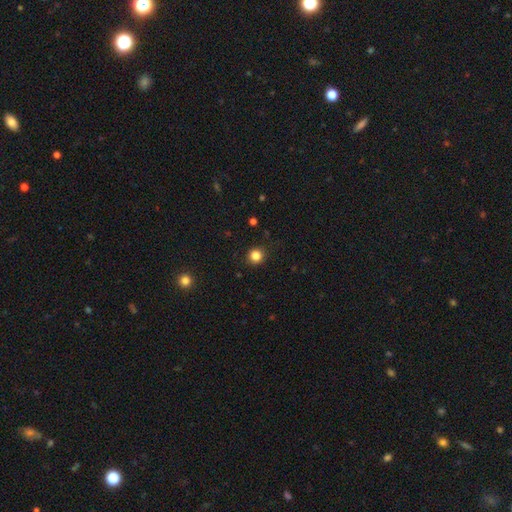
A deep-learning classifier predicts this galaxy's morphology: Smooth or featured?
  - smooth: 83% *
  - star or artifact: 13%
  - featured or disk: 4%
How rounded?
  - round: 92% *
  - in between: 7%
  - cigar-shaped: 1%
Merging?
  - none: 91% *
  - minor disturbance: 6%
  - major disturbance: 2%
  - merger: 1%